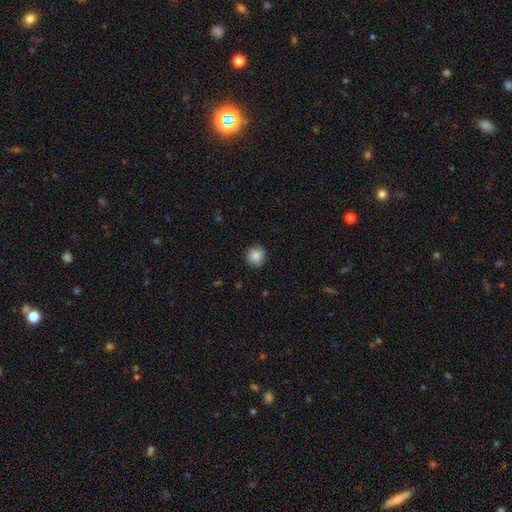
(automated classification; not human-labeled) Morphology: type=smooth (81%); roundness=round (84%); merging=none (79%).